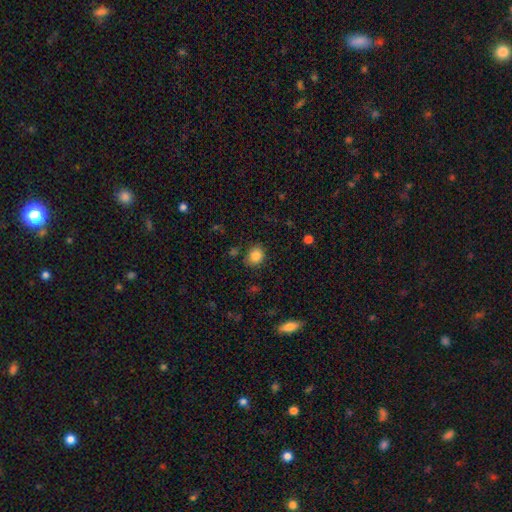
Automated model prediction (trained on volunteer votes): Overall: smooth (84%). How rounded: round (69%; in between 30%). Merging: none (84%).